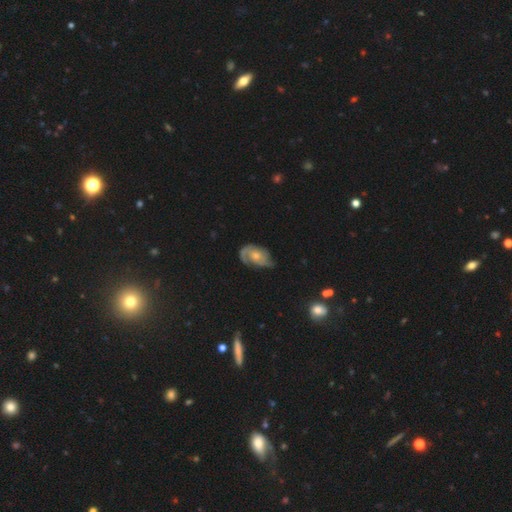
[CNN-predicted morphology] A featured or disk galaxy (72%) with no bar (77%), 2 (54%) medium (40%) spiral arms (89%) and a moderate central bulge (52%). Merging: none (50%).